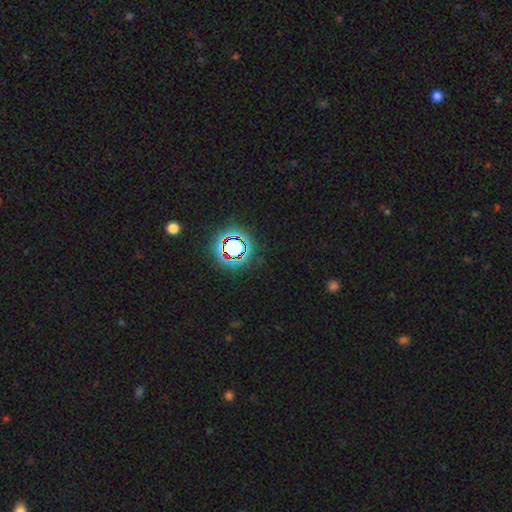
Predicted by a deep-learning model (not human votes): A star or artifact, not a galaxy (77%).